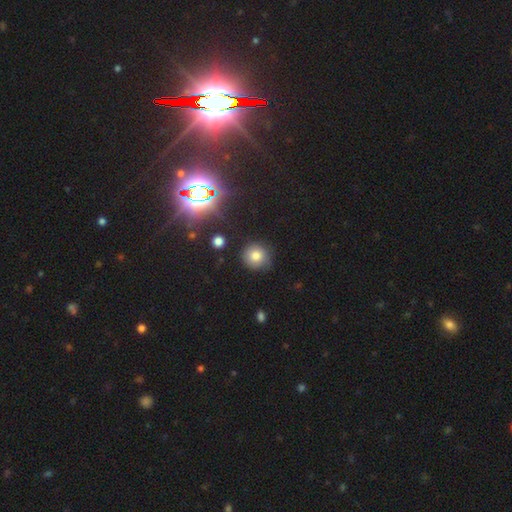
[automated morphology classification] Q: Smooth or featured?
A: smooth (77%); runner-up: star or artifact (14%)
Q: How rounded?
A: round (90%); runner-up: in between (9%)
Q: Merging?
A: none (82%); runner-up: minor disturbance (13%)